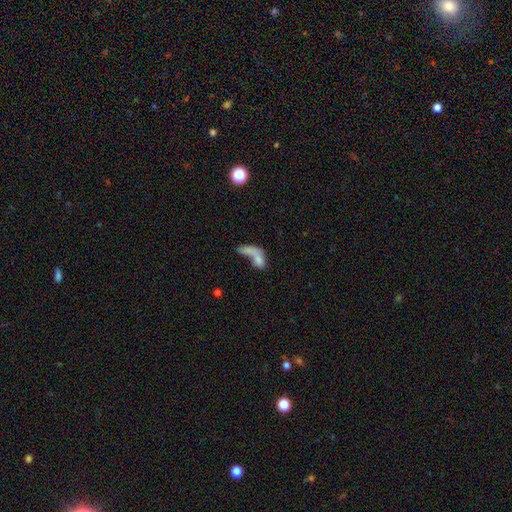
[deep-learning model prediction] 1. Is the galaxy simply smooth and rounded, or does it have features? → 62% smooth, 26% featured or disk, 12% star or artifact.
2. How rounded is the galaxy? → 68% in between, 19% cigar-shaped, 12% round.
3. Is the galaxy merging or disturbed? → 53% merger, 20% major disturbance, 18% none, 9% minor disturbance.